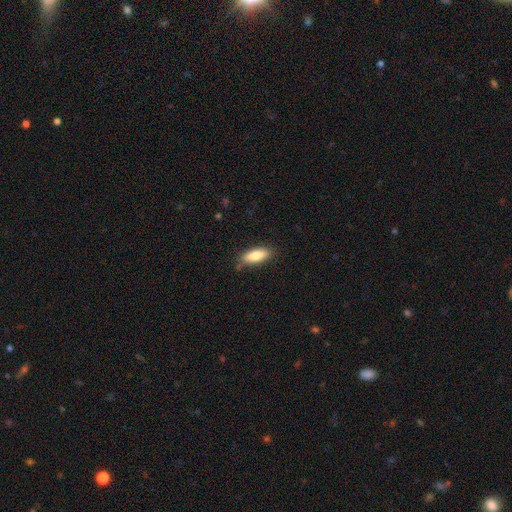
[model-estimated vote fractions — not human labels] This is clearly a smooth galaxy (81%). How rounded: likely in between (71%). Merging: clearly none (81%).